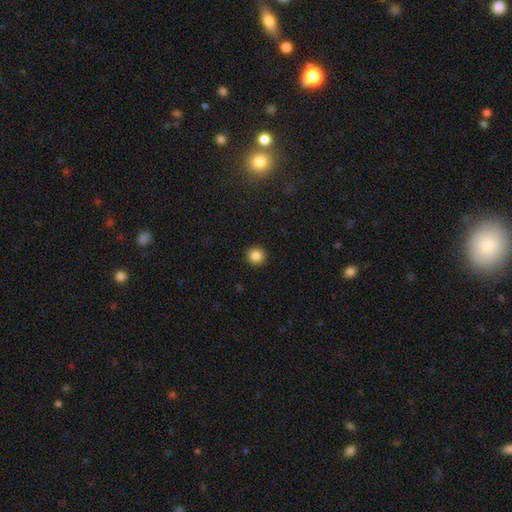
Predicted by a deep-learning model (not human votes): Smooth or featured?
  - smooth: 85% *
  - star or artifact: 10%
  - featured or disk: 5%
How rounded?
  - round: 92% *
  - in between: 7%
  - cigar-shaped: 1%
Merging?
  - none: 92% *
  - minor disturbance: 5%
  - major disturbance: 2%
  - merger: 1%